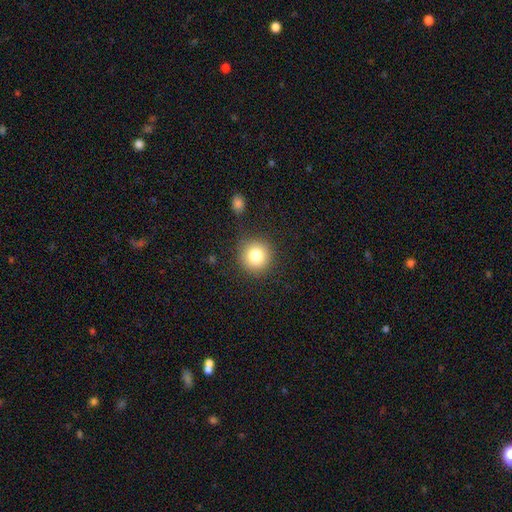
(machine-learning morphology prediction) Smooth or featured?
  - smooth: 81% *
  - star or artifact: 11%
  - featured or disk: 9%
How rounded?
  - round: 93% *
  - in between: 6%
  - cigar-shaped: 1%
Merging?
  - none: 86% *
  - minor disturbance: 9%
  - major disturbance: 3%
  - merger: 2%